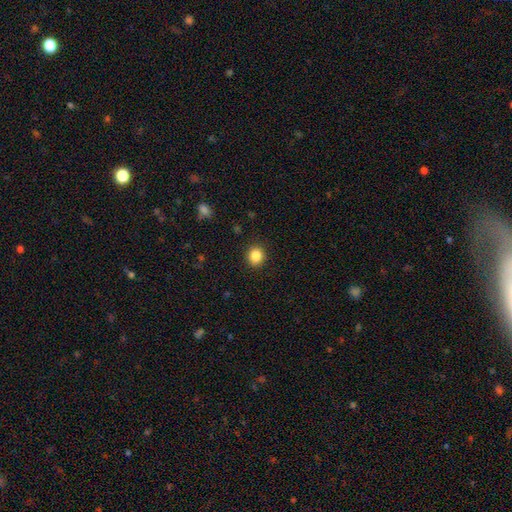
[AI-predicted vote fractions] Morphology: type=smooth (85%); roundness=round (80%); merging=none (91%).